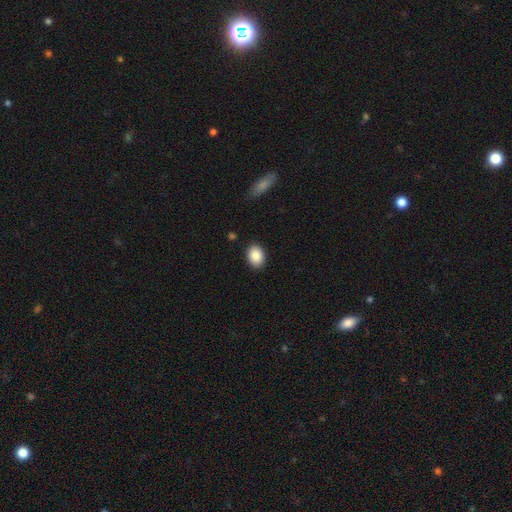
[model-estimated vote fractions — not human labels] Smooth or featured: smooth — 88% (star or artifact — 7%)
How rounded: in between — 72% (round — 27%)
Merging: none — 89% (minor disturbance — 8%)